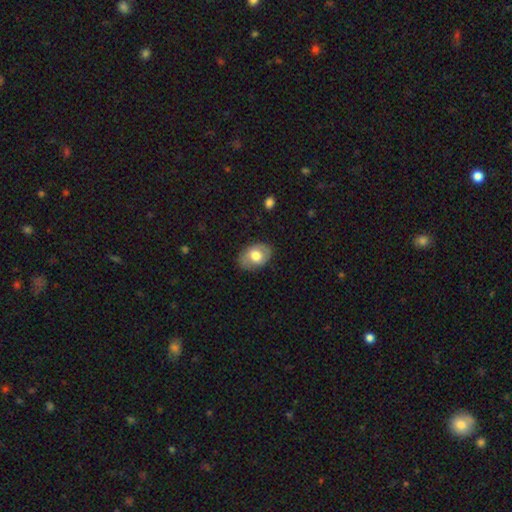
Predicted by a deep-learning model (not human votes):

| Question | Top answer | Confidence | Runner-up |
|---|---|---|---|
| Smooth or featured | smooth | 64% | featured or disk (29%) |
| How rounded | in between | 79% | round (20%) |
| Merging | none | 78% | minor disturbance (16%) |